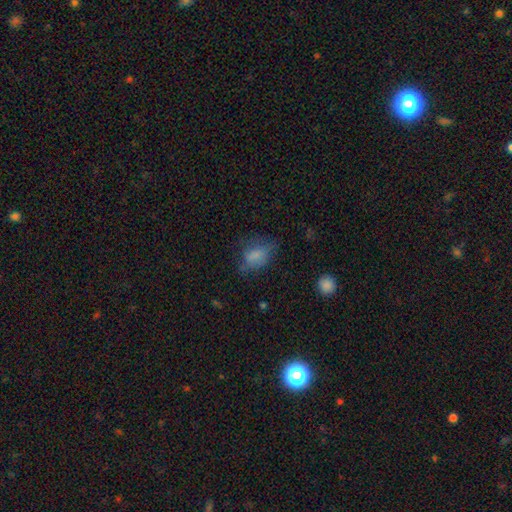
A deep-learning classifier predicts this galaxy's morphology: smooth_or_featured: smooth (p=0.72) [alt: featured or disk p=0.15]
how_rounded: in between (p=0.79) [alt: round p=0.18]
merging: none (p=0.49) [alt: minor disturbance p=0.29]